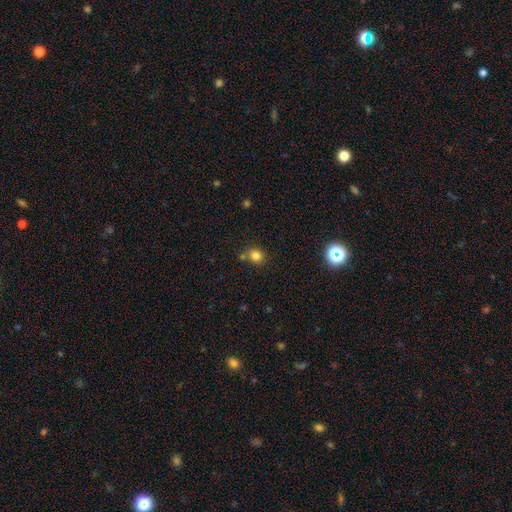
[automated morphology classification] A smooth galaxy with no disk features (81%) that is round (75%).

Vote fractions:
- Smooth or featured? smooth: 81% / star or artifact: 12% / featured or disk: 7%
- How rounded? round: 75% / in between: 24% / cigar-shaped: 1%
- Merging? none: 67% / merger: 16% / minor disturbance: 13% / major disturbance: 4%